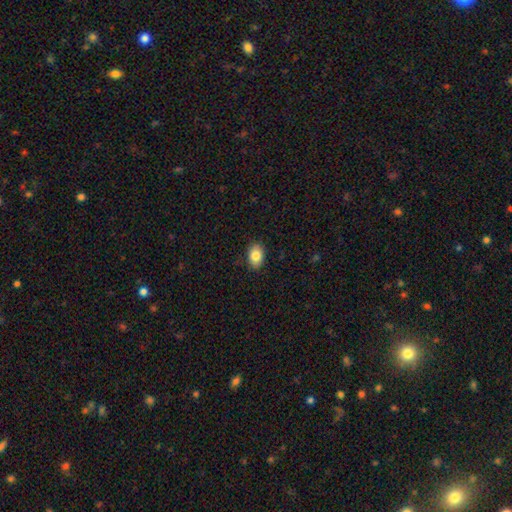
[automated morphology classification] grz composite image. It shows a smooth galaxy with no disk features (83%) that is in between round and cigar-shaped (84%). Merging: none (88%).